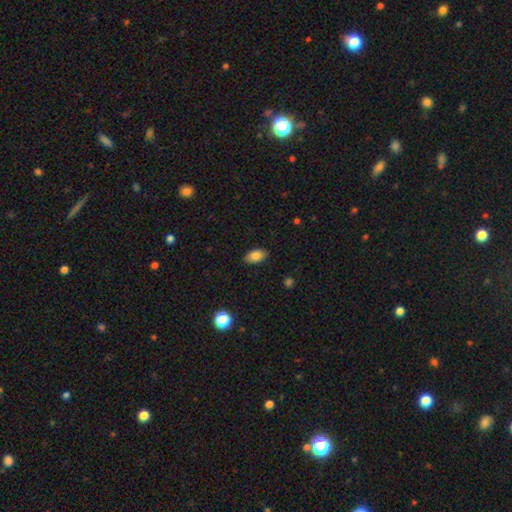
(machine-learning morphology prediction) Smooth or featured? smooth (83%)
How rounded? in between (92%)
Merging? none (86%)